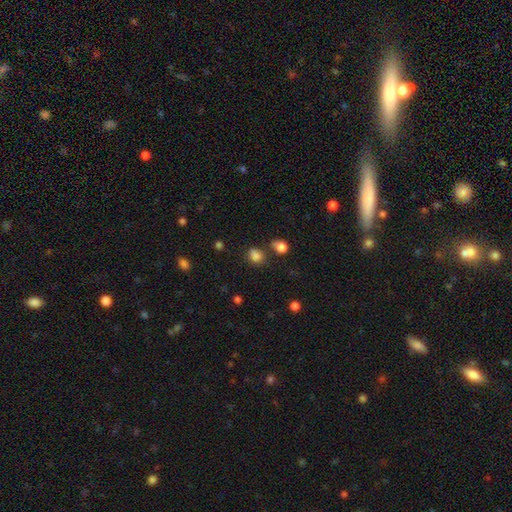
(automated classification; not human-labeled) Overall: smooth (81%). How rounded: round (55%; in between 44%). Merging: none (68%).